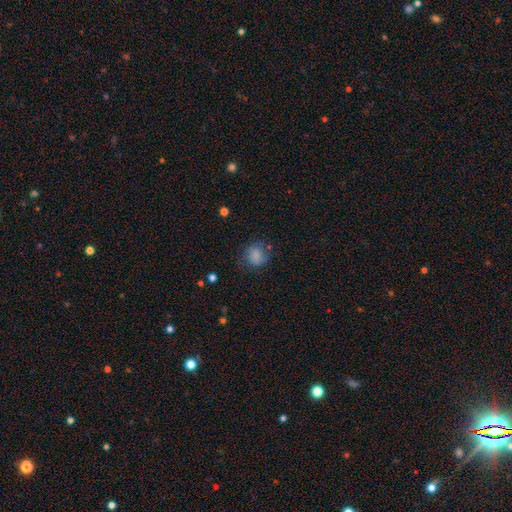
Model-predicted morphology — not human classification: This appears to be a smooth galaxy with no disk features (71%) that is round (70%). Merging: none (62%).